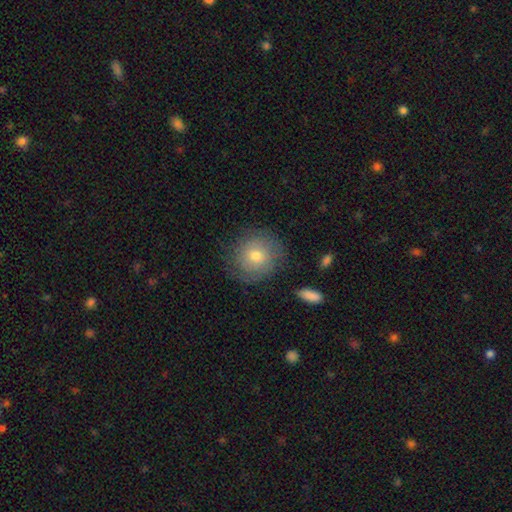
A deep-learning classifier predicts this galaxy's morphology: The model was most divided on "smooth or featured": smooth: 61%, featured or disk: 30%, star or artifact: 9%. More confident: how rounded — round (90%); merging — none (79%).